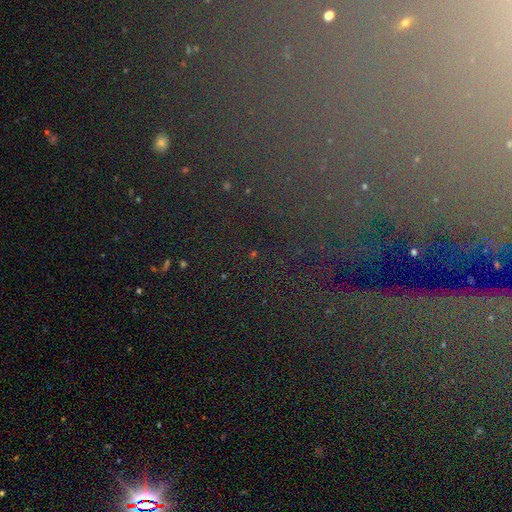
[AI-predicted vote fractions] The model was most divided on "smooth or featured": star or artifact: 73%, featured or disk: 14%, smooth: 14%.